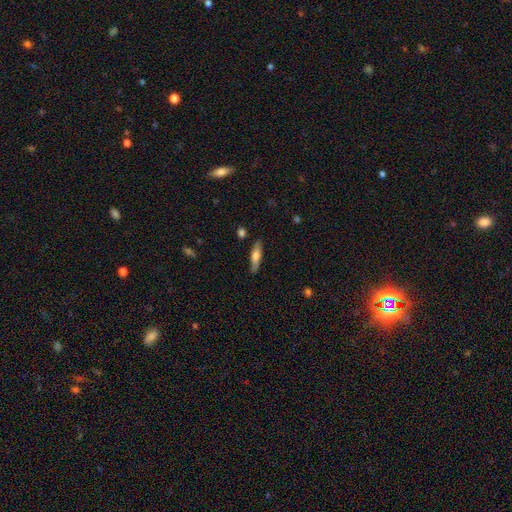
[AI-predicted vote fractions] Smooth or featured? smooth (62%)
How rounded? cigar-shaped (72%)
Merging? none (84%)